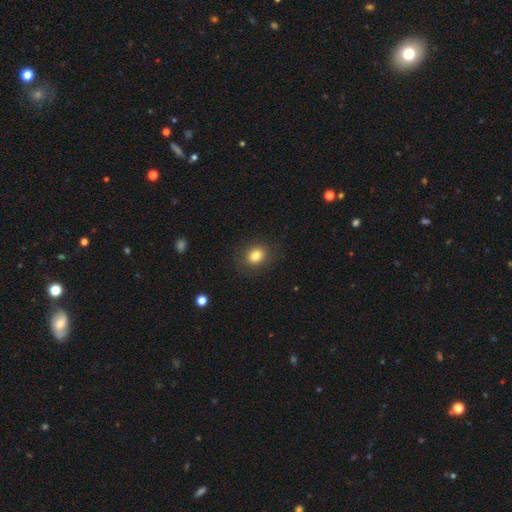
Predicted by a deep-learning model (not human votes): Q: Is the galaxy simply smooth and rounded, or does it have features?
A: smooth — 82%.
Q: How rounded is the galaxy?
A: round — 56%.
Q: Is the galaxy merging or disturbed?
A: none — 86%.